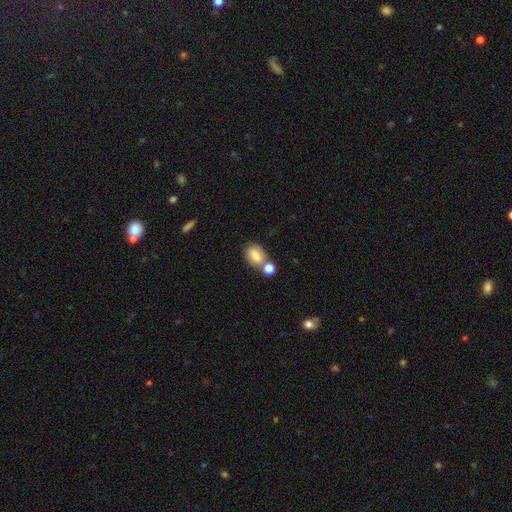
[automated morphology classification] Smooth or featured? smooth (80%)
How rounded? in between (74%)
Merging? none (48%)